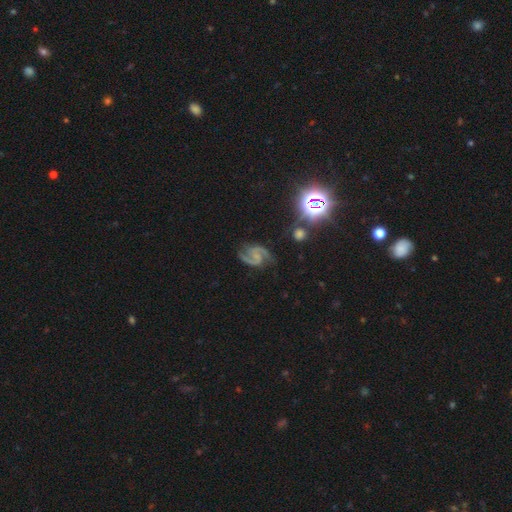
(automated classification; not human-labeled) Morphology: type=featured or disk (89%); edge-on=no (98%); bar=no (44%); spiral arms=yes (98%); winding=medium (57%); arm count=2 (93%); bulge=none (52%); merging=none (74%).